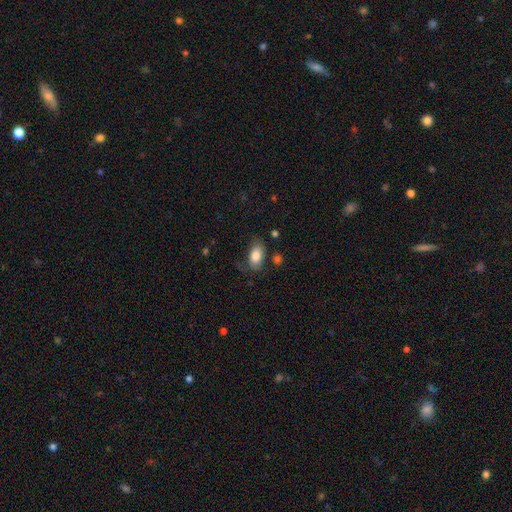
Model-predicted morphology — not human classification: A smooth galaxy with no disk features (82%) that is in between round and cigar-shaped (92%). Merging: none (65%).